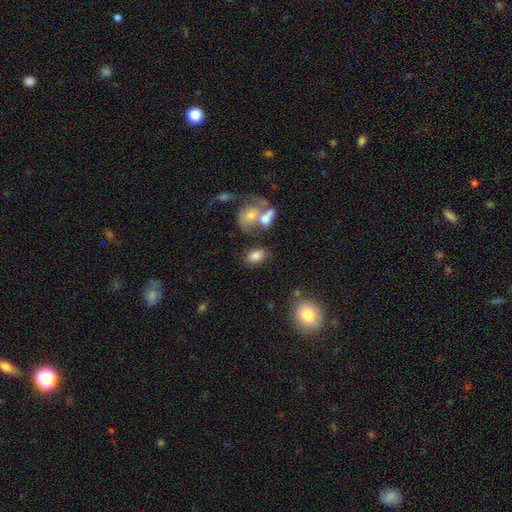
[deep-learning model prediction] The model was most divided on "merging": none: 62%, merger: 16%, minor disturbance: 15%, major disturbance: 7%. More confident: how rounded — in between (85%); smooth or featured — smooth (80%).